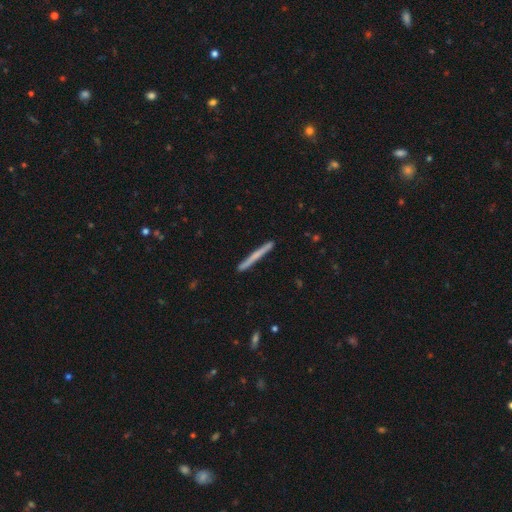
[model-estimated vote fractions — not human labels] Smooth or featured?
  - smooth: 53% *
  - featured or disk: 41%
  - star or artifact: 6%
How rounded?
  - cigar-shaped: 97% *
  - in between: 2%
  - round: 1%
Merging?
  - none: 90% *
  - minor disturbance: 7%
  - merger: 1%
  - major disturbance: 1%